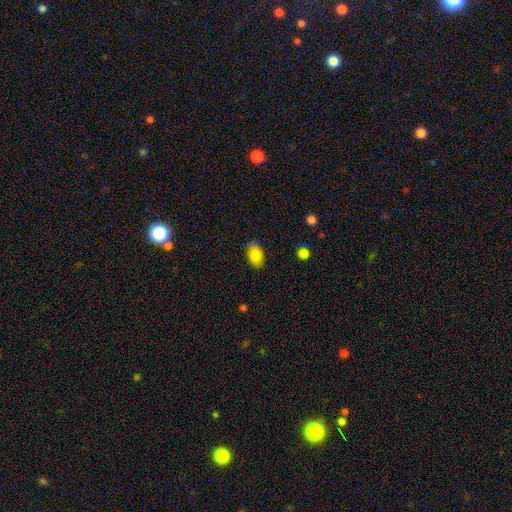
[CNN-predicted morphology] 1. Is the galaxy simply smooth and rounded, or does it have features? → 84% smooth, 9% star or artifact, 8% featured or disk.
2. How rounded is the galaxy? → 86% in between, 12% round, 1% cigar-shaped.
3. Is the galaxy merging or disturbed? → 69% none, 21% minor disturbance, 6% merger, 5% major disturbance.